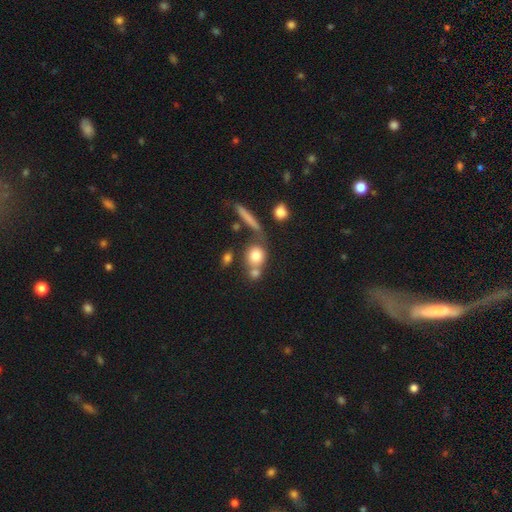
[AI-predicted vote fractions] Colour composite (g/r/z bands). It shows a smooth galaxy with no disk features (77%) that is round (66%). Merging: none (50%).